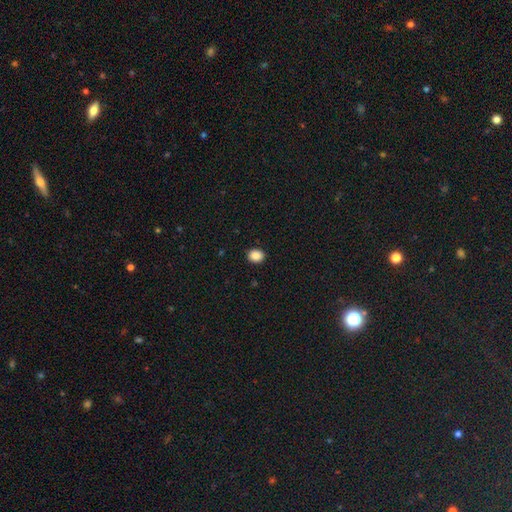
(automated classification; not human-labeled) smooth-or-featured: smooth: 88% | star or artifact: 9% | featured or disk: 3%
  how-rounded: round: 63% | in between: 37% | cigar-shaped: 1%
  merging: none: 91% | minor disturbance: 6% | major disturbance: 2% | merger: 1%